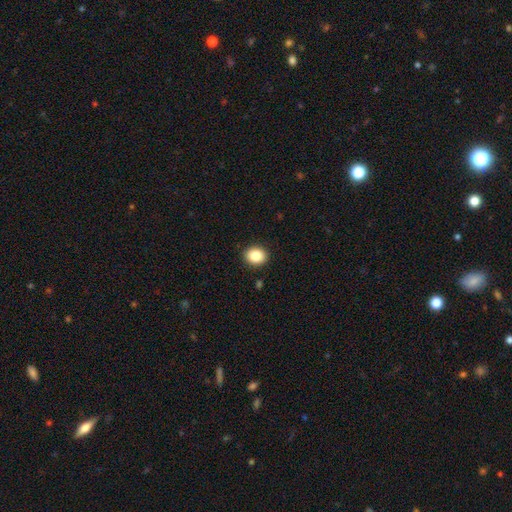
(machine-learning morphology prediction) Smooth or featured?
  - smooth: 86% *
  - star or artifact: 9%
  - featured or disk: 6%
How rounded?
  - round: 64% *
  - in between: 36%
  - cigar-shaped: 1%
Merging?
  - none: 91% *
  - minor disturbance: 6%
  - major disturbance: 2%
  - merger: 1%